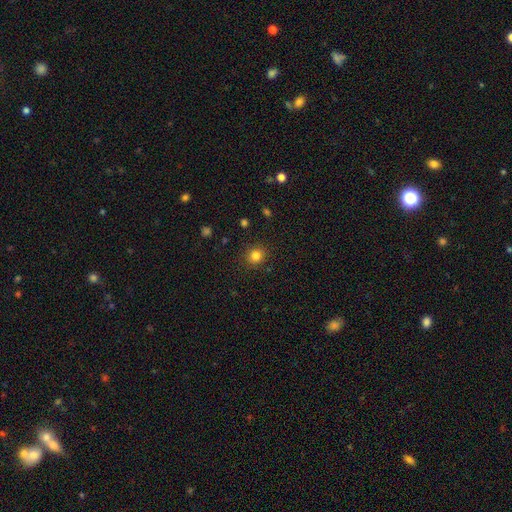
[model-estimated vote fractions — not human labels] Smooth or featured?
  - smooth: 82% *
  - star or artifact: 13%
  - featured or disk: 5%
How rounded?
  - round: 89% *
  - in between: 10%
  - cigar-shaped: 1%
Merging?
  - none: 89% *
  - minor disturbance: 7%
  - major disturbance: 3%
  - merger: 1%